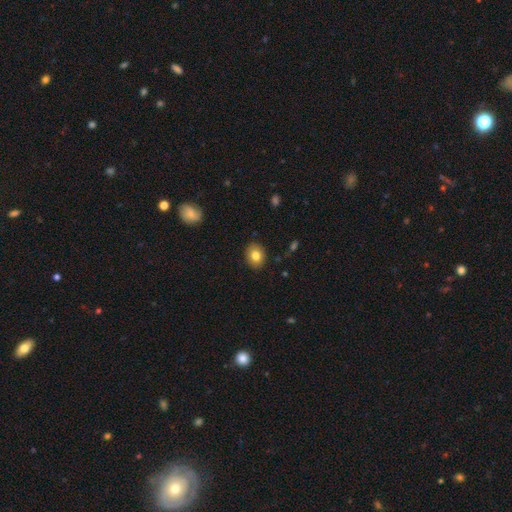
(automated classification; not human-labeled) smooth 81%, featured or disk 10%, star or artifact 9%. Down the decision tree: how rounded — round (51%); merging — none (88%).